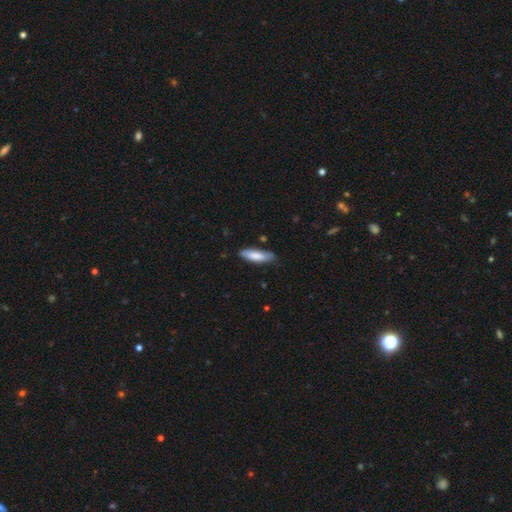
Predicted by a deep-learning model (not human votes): smooth 79%, featured or disk 15%, star or artifact 6%. Down the decision tree: how rounded — cigar-shaped (55%); merging — none (76%).